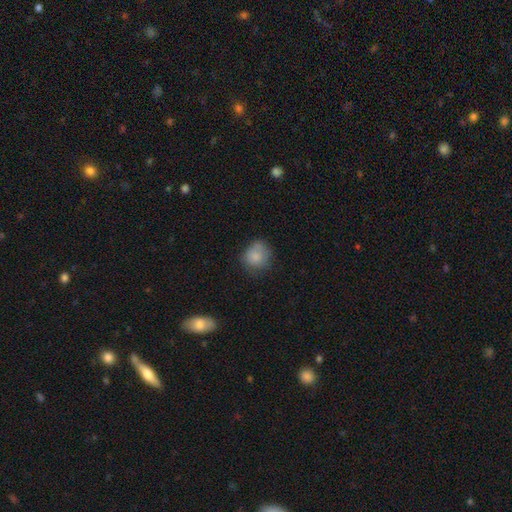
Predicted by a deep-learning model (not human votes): smooth_or_featured: smooth (p=0.79) [alt: featured or disk p=0.12]
how_rounded: round (p=0.77) [alt: in between p=0.22]
merging: none (p=0.60) [alt: minor disturbance p=0.27]